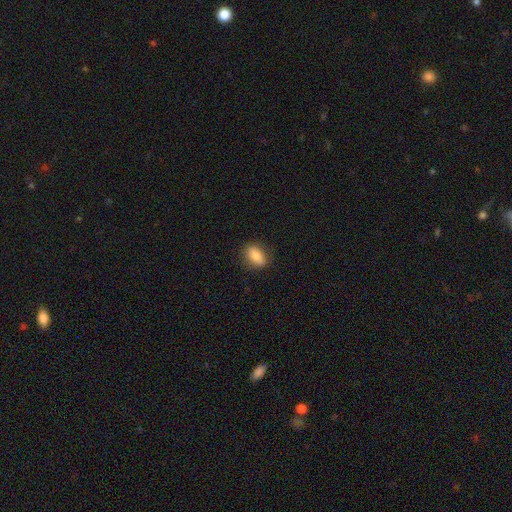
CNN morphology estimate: type=smooth (81%); roundness=in between (82%); merging=none (82%).